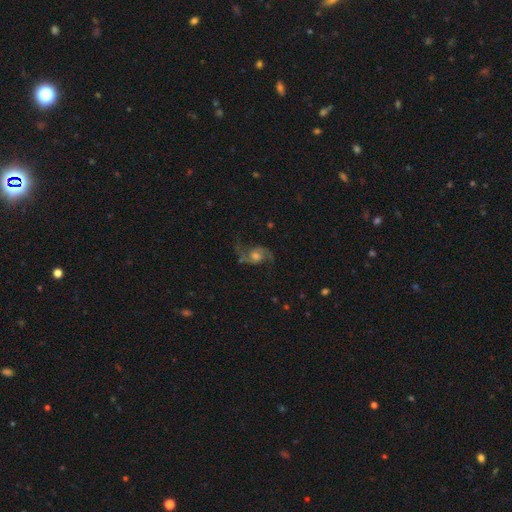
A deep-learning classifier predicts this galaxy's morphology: This appears to be a featured or disk galaxy (84%) with no bar (65%), 2 (93%) loose (64%) spiral arms (96%) and a moderate central bulge (52%). Merging: none (72%).